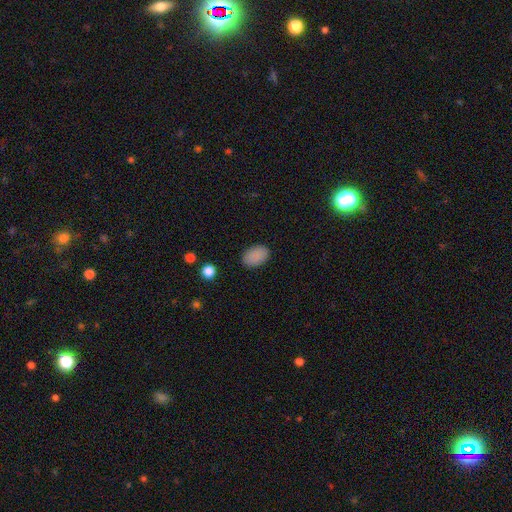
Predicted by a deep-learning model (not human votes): Smooth or featured: smooth — 88% (star or artifact — 9%)
How rounded: in between — 88% (round — 10%)
Merging: none — 87% (minor disturbance — 9%)